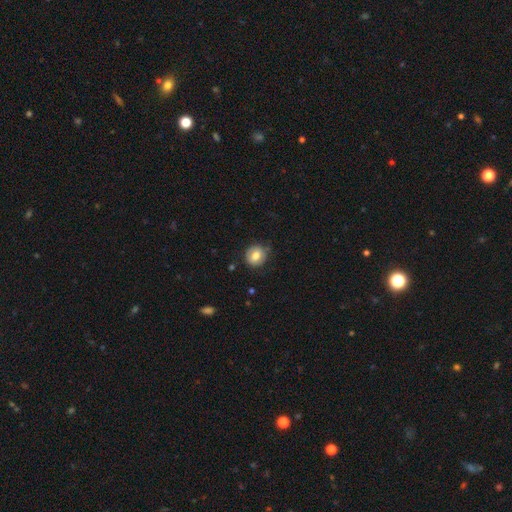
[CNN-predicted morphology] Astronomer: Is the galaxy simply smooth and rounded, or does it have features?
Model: smooth — 73%.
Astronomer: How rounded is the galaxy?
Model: round — 79%.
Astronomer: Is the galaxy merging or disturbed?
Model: none — 78%.